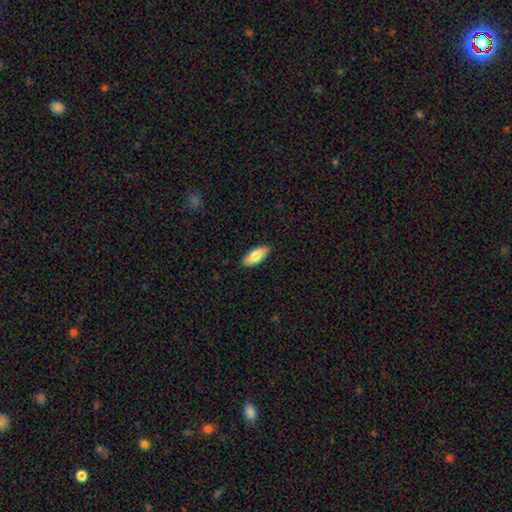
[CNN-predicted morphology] Q: Smooth or featured?
A: smooth (82%); runner-up: featured or disk (12%)
Q: How rounded?
A: in between (80%); runner-up: cigar-shaped (18%)
Q: Merging?
A: none (89%); runner-up: minor disturbance (9%)